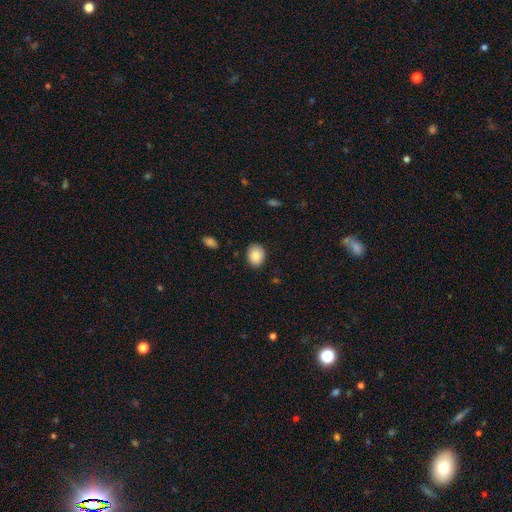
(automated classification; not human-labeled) Q: Smooth or featured?
A: smooth (88%); runner-up: star or artifact (8%)
Q: How rounded?
A: in between (54%); runner-up: round (45%)
Q: Merging?
A: none (84%); runner-up: minor disturbance (12%)